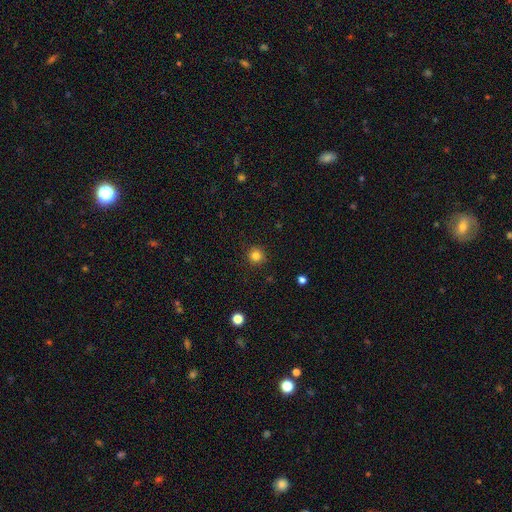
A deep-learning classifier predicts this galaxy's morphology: Smooth or featured? smooth (83%)
How rounded? round (94%)
Merging? none (90%)